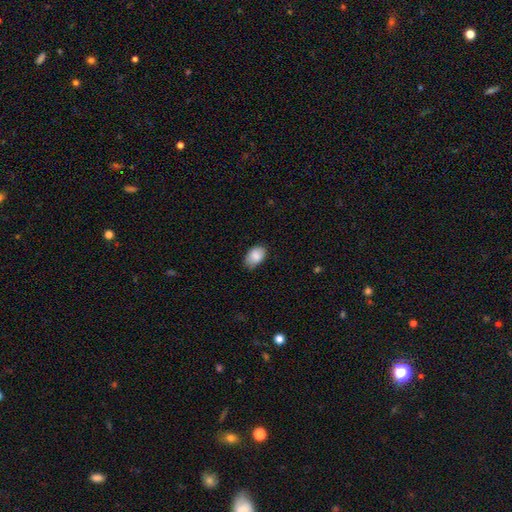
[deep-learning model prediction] A smooth galaxy with no disk features (87%) that is in between round and cigar-shaped (90%).

Vote fractions:
- Smooth or featured? smooth: 87% / star or artifact: 7% / featured or disk: 6%
- How rounded? in between: 90% / round: 9% / cigar-shaped: 1%
- Merging? none: 72% / minor disturbance: 23% / major disturbance: 4% / merger: 1%